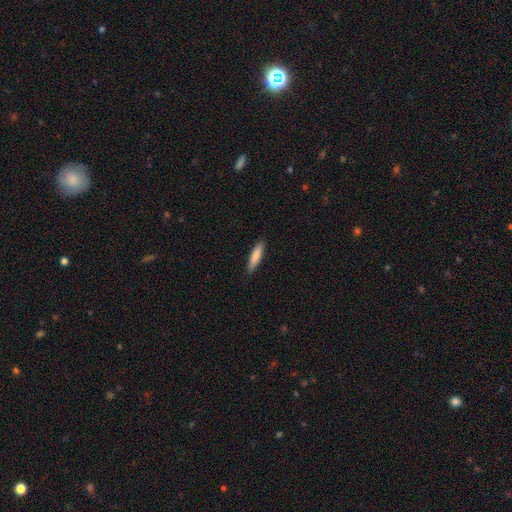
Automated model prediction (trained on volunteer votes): Smooth or featured? smooth (82%)
How rounded? cigar-shaped (85%)
Merging? none (89%)